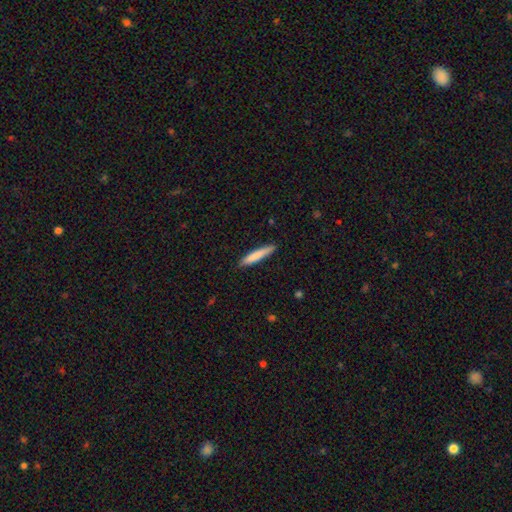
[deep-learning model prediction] A smooth galaxy with no disk features (79%) that is cigar-shaped (93%).

Vote fractions:
- Smooth or featured? smooth: 79% / featured or disk: 16% / star or artifact: 6%
- How rounded? cigar-shaped: 93% / in between: 6% / round: 1%
- Merging? none: 88% / minor disturbance: 10% / major disturbance: 2% / merger: 1%